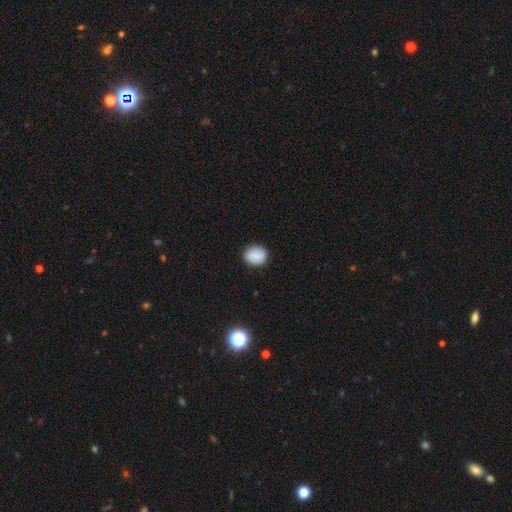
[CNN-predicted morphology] type=smooth (83%); roundness=round (72%); merging=none (86%).